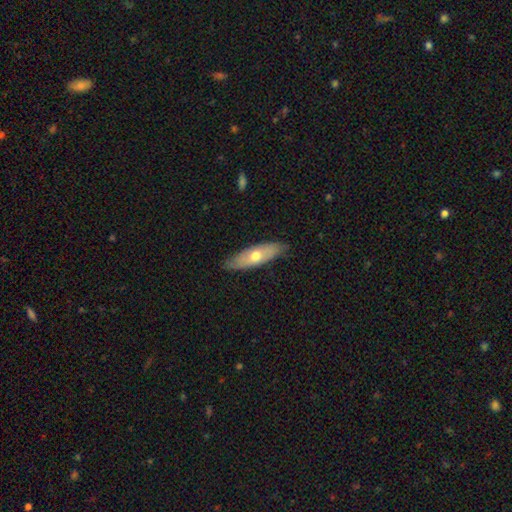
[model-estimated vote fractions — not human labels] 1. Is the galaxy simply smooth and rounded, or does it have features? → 52% smooth, 42% featured or disk, 6% star or artifact.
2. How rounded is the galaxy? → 52% in between, 46% cigar-shaped, 3% round.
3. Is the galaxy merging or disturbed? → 82% none, 15% minor disturbance, 2% major disturbance, 1% merger.